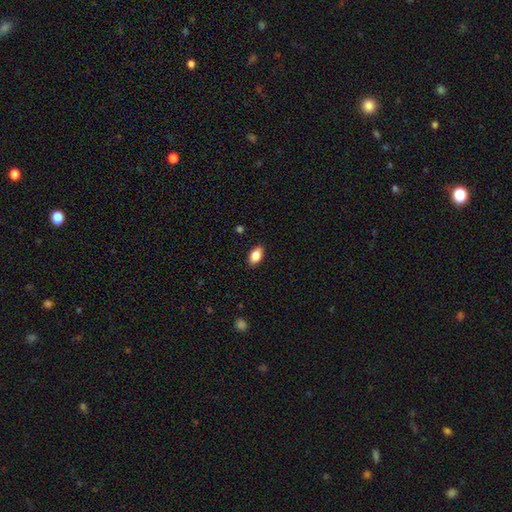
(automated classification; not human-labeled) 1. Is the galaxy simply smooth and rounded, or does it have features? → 84% smooth, 9% featured or disk, 7% star or artifact.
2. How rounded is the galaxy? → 92% in between, 5% round, 4% cigar-shaped.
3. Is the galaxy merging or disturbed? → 88% none, 9% minor disturbance, 2% major disturbance, 1% merger.